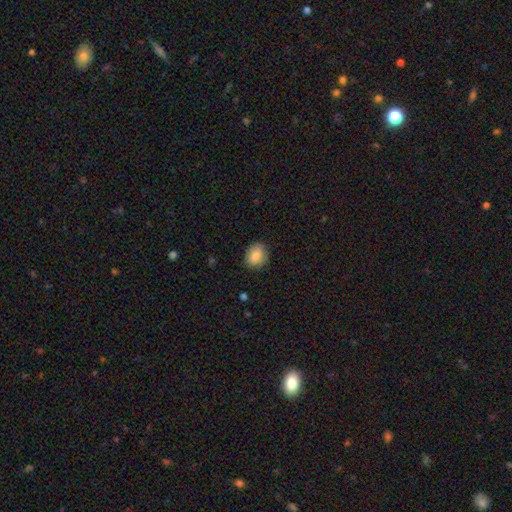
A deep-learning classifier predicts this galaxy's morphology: smooth_or_featured: smooth (p=0.86) [alt: star or artifact p=0.08]
how_rounded: in between (p=0.57) [alt: round p=0.42]
merging: none (p=0.81) [alt: minor disturbance p=0.14]